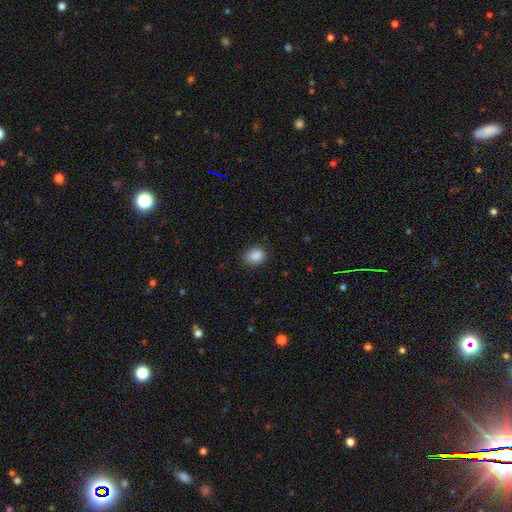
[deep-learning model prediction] Smooth or featured?
  - smooth: 87% *
  - star or artifact: 9%
  - featured or disk: 4%
How rounded?
  - in between: 64% *
  - round: 35%
  - cigar-shaped: 1%
Merging?
  - none: 80% *
  - minor disturbance: 16%
  - major disturbance: 3%
  - merger: 1%